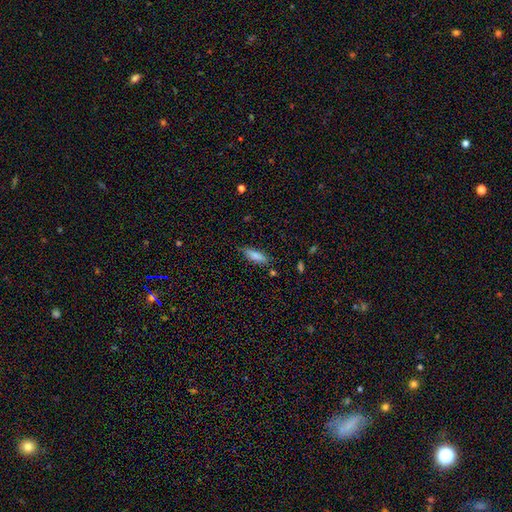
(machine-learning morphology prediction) Smooth or featured?
  - smooth: 83% *
  - featured or disk: 10%
  - star or artifact: 7%
How rounded?
  - in between: 50% *
  - cigar-shaped: 48%
  - round: 2%
Merging?
  - none: 78% *
  - minor disturbance: 15%
  - major disturbance: 3%
  - merger: 3%